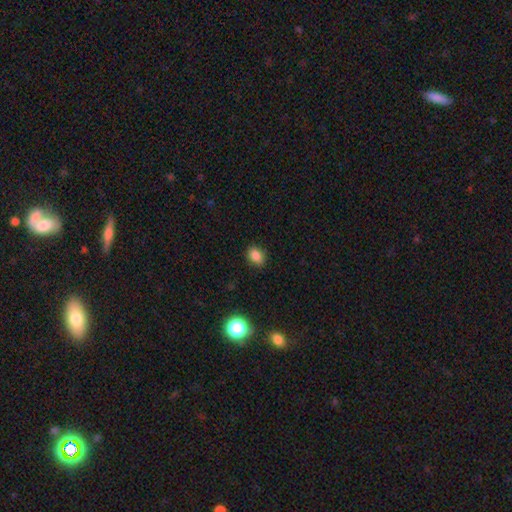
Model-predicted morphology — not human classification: Smooth or featured: smooth — 84% (star or artifact — 12%)
How rounded: in between — 71% (round — 27%)
Merging: none — 87% (minor disturbance — 9%)